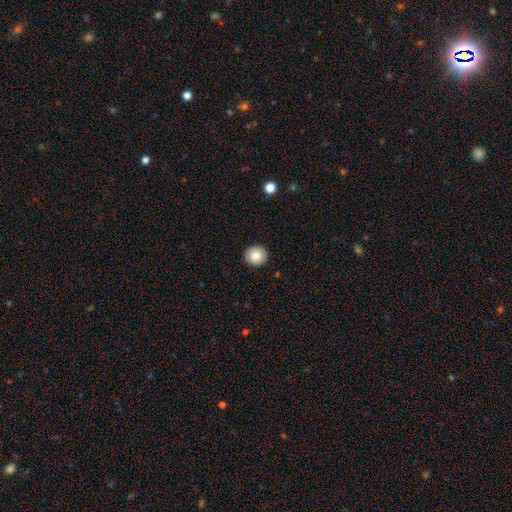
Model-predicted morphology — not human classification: Smooth or featured?
  - smooth: 86% *
  - star or artifact: 8%
  - featured or disk: 6%
How rounded?
  - round: 90% *
  - in between: 9%
  - cigar-shaped: 1%
Merging?
  - none: 92% *
  - minor disturbance: 6%
  - major disturbance: 2%
  - merger: 1%